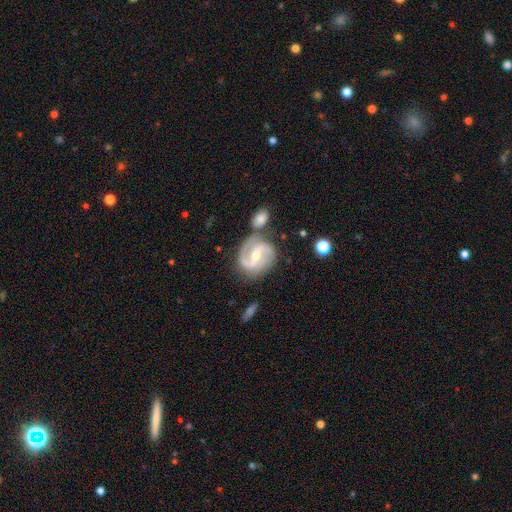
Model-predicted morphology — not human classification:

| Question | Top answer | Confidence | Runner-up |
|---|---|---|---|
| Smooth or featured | featured or disk | 89% | smooth (7%) |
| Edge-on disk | no | 97% | yes (3%) |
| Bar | weak | 41% | strong (37%) |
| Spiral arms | yes | 97% | no (3%) |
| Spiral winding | medium | 55% | loose (26%) |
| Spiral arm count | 2 | 91% | can't tell (3%) |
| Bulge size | small | 54% | moderate (42%) |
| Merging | none | 64% | minor disturbance (15%) |